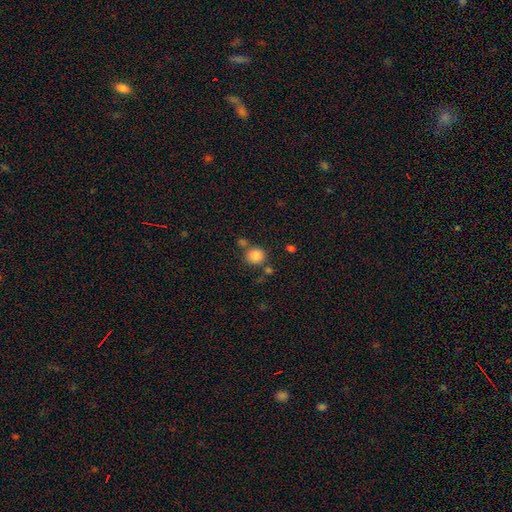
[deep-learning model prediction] smooth 85%, star or artifact 10%, featured or disk 5%. Down the decision tree: how rounded — round (85%); merging — none (68%).